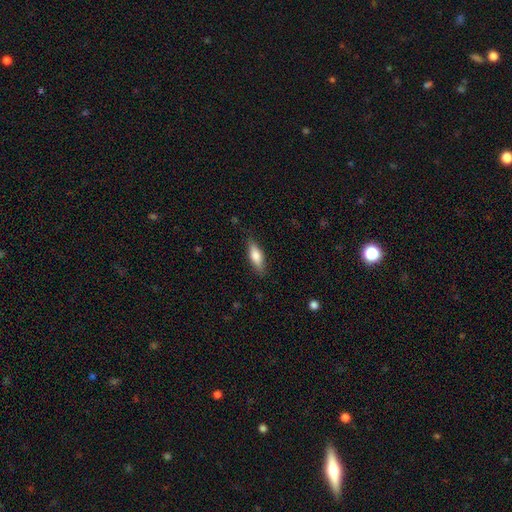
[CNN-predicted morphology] Smooth or featured: smooth — 73% (featured or disk — 20%)
How rounded: in between — 59% (cigar-shaped — 39%)
Merging: none — 83% (minor disturbance — 13%)